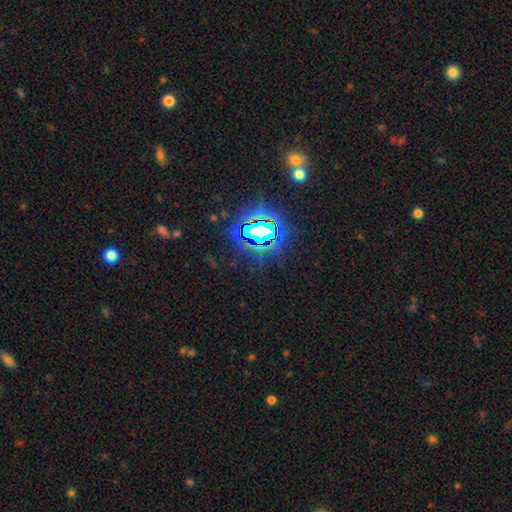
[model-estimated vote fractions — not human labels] smooth-or-featured: star or artifact: 81% | smooth: 12% | featured or disk: 7%